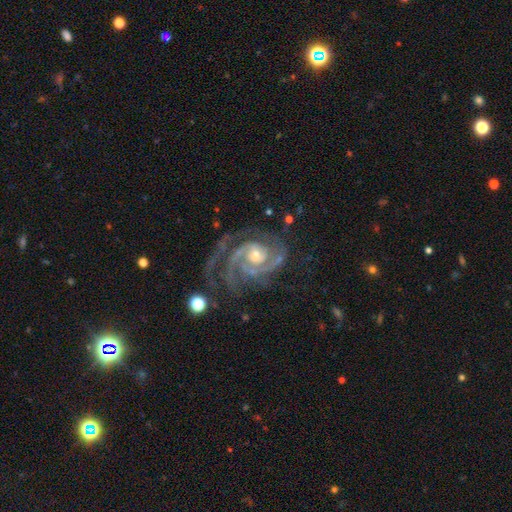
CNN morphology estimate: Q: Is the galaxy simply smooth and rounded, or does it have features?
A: featured or disk — 93%.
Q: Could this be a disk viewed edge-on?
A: no — 98%.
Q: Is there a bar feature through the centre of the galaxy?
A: no — 61%.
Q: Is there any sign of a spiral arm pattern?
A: yes — 98%.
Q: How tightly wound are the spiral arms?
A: tight — 58%.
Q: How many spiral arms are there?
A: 2 — 42%.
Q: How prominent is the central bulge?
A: moderate — 53%.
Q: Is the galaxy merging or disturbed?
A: none — 58%.